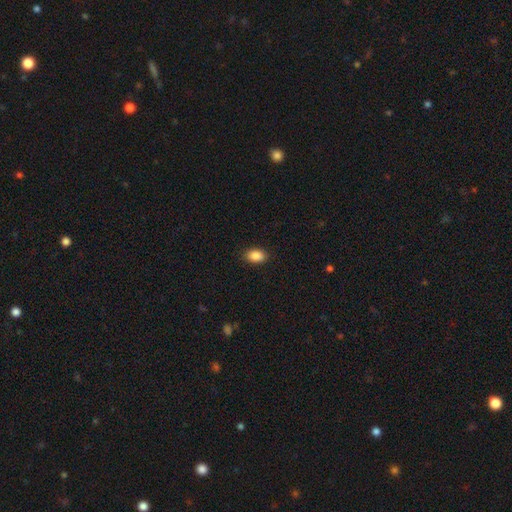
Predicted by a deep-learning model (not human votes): Smooth or featured: smooth — 88% (star or artifact — 8%)
How rounded: in between — 85% (round — 14%)
Merging: none — 89% (minor disturbance — 8%)